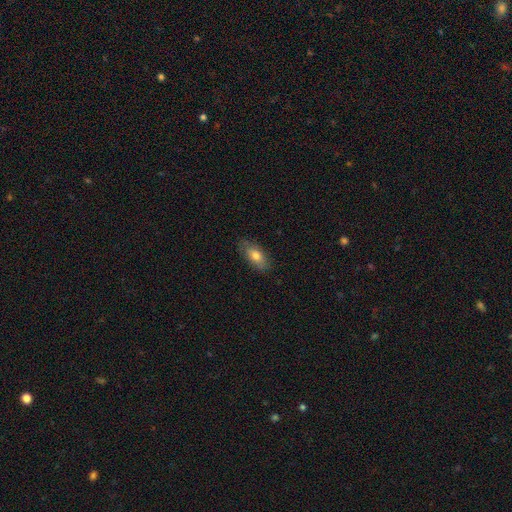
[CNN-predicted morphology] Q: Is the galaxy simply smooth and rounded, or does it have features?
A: smooth — 76%.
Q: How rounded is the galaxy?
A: in between — 87%.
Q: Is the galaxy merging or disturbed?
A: none — 81%.